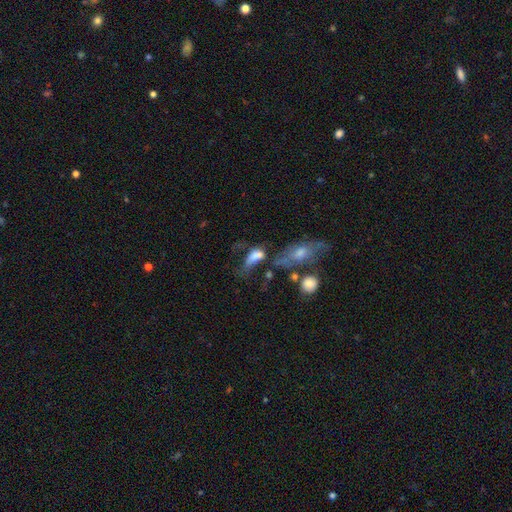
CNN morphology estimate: Smooth or featured? Predicted: smooth (p=0.56). How rounded? Predicted: in between (p=0.73). Merging? Predicted: major disturbance (p=0.34).